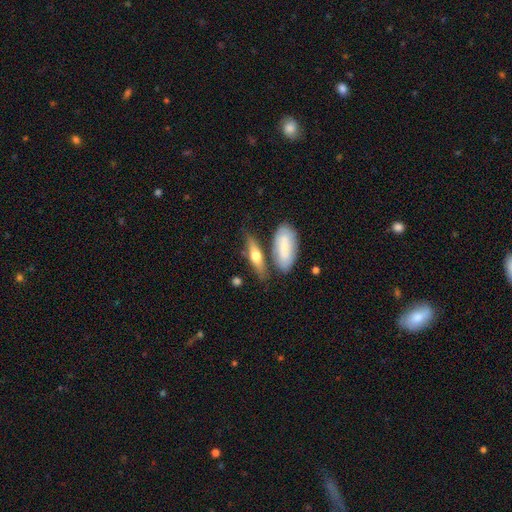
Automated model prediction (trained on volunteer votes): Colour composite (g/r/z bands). It shows a smooth galaxy with no disk features (55%) that is cigar-shaped (50%). Merging: none (64%).